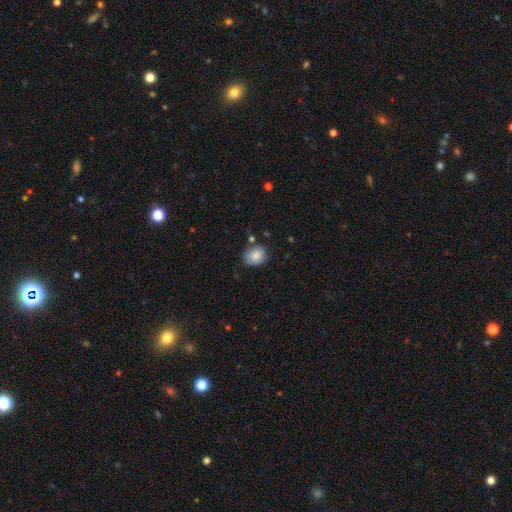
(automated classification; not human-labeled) This appears to be a smooth galaxy with no disk features (82%) that is round (50%). Merging: none (73%).